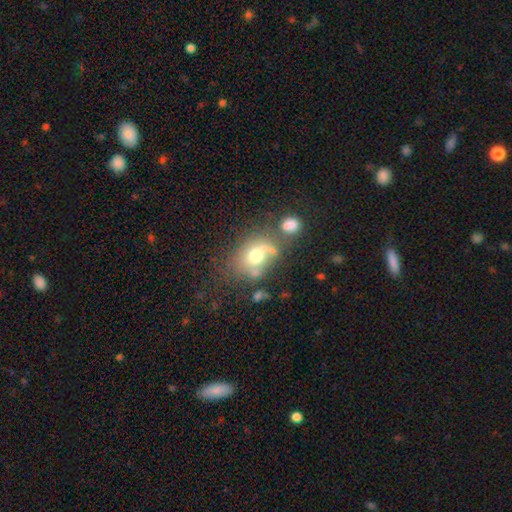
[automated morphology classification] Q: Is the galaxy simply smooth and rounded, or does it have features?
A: smooth — 61%.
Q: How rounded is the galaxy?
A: in between — 57%.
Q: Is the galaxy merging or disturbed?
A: none — 38%.